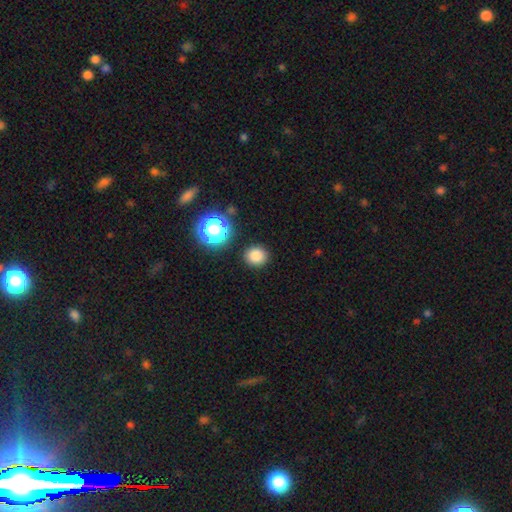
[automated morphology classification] Q: Smooth or featured?
A: smooth (82%); runner-up: star or artifact (13%)
Q: How rounded?
A: round (87%); runner-up: in between (12%)
Q: Merging?
A: none (88%); runner-up: minor disturbance (7%)